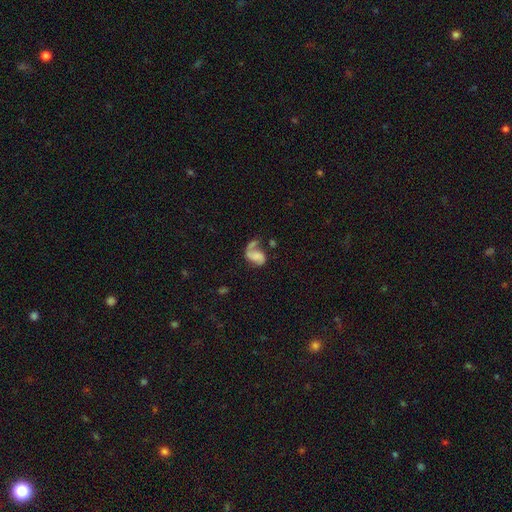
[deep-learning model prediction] Morphology: type=featured or disk (61%); edge-on=no (98%); bar=no (59%); spiral arms=yes (85%); winding=loose (54%); arm count=2 (60%); bulge=none (55%); merging=none (32%).